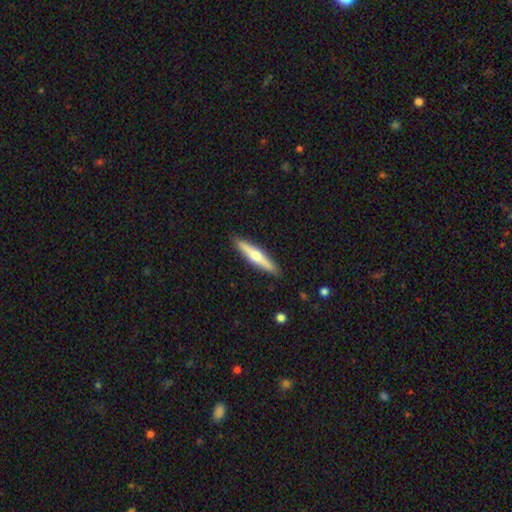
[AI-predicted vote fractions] Overall: featured or disk (53%; smooth 42%). Edge-on disk: yes (95%). Edge-on bulge: rounded (89%). Merging: none (90%).